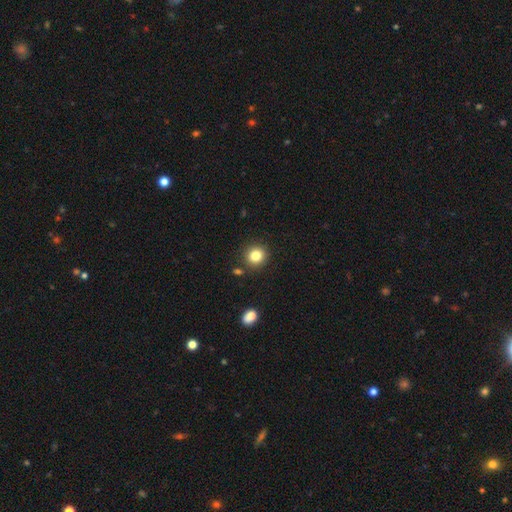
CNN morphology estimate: Smooth or featured: smooth — 84% (star or artifact — 11%)
How rounded: round — 87% (in between — 12%)
Merging: none — 87% (minor disturbance — 7%)